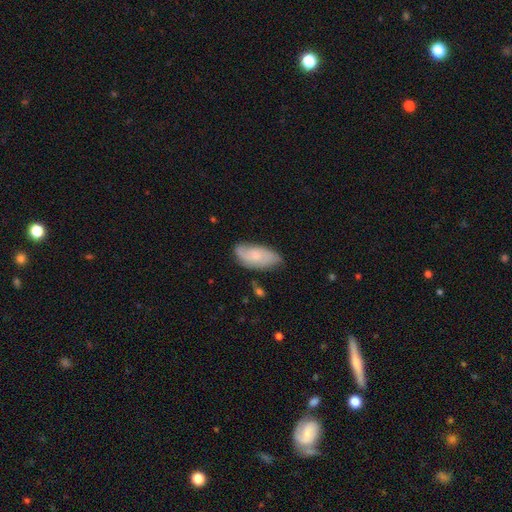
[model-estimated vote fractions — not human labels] smooth_or_featured: smooth (p=0.48) [alt: featured or disk p=0.45]
merging: none (p=0.64) [alt: minor disturbance p=0.27]